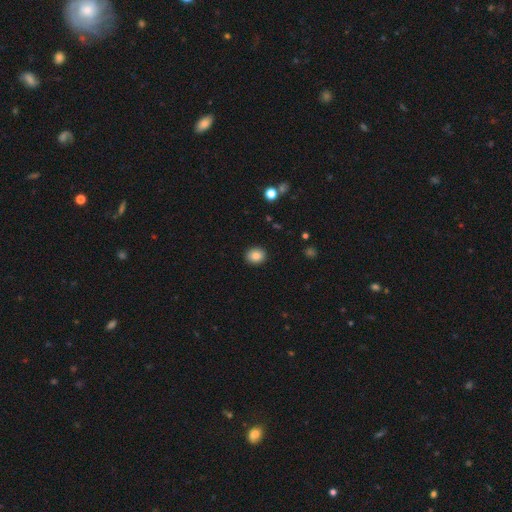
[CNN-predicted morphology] Smooth or featured? smooth (83%)
How rounded? round (71%)
Merging? none (91%)